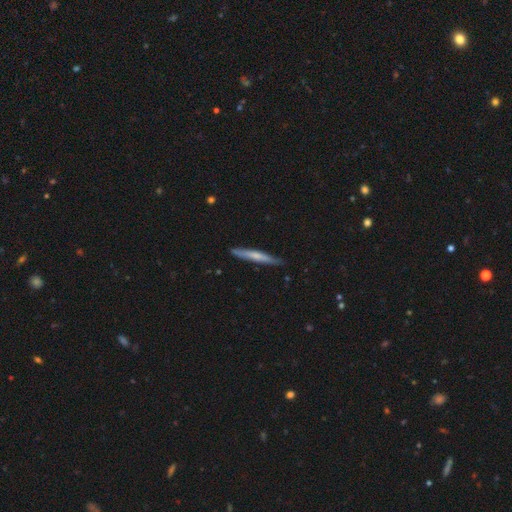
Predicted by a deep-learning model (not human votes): This appears to be a smooth galaxy with no disk features (54%) that is cigar-shaped (96%). Merging: none (85%).